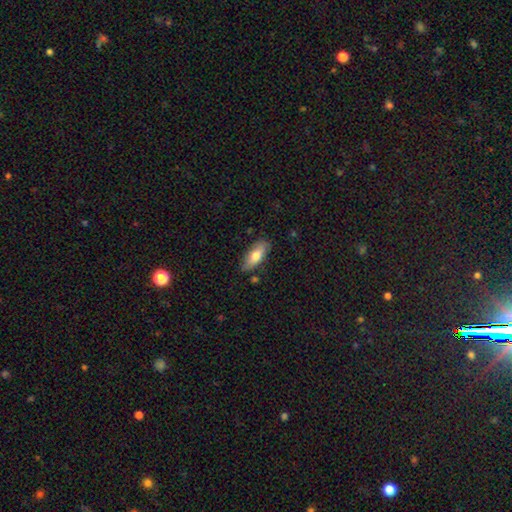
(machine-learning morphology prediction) This appears to be a smooth galaxy with no disk features (72%) that is in between round and cigar-shaped (77%). Merging: none (80%).